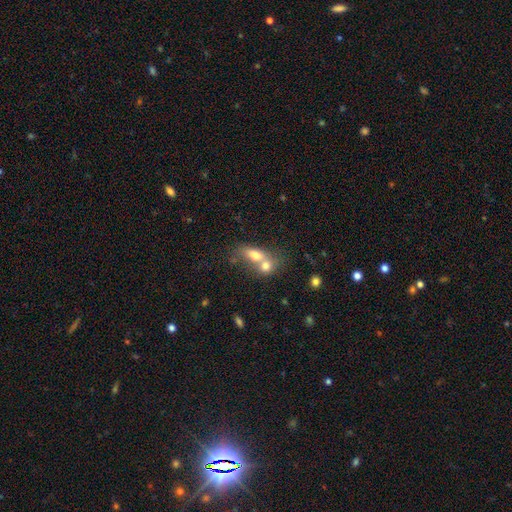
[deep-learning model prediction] Smooth or featured?
  - smooth: 70% *
  - featured or disk: 21%
  - star or artifact: 9%
How rounded?
  - in between: 67% *
  - round: 24%
  - cigar-shaped: 9%
Merging?
  - merger: 71% *
  - none: 19%
  - minor disturbance: 6%
  - major disturbance: 4%